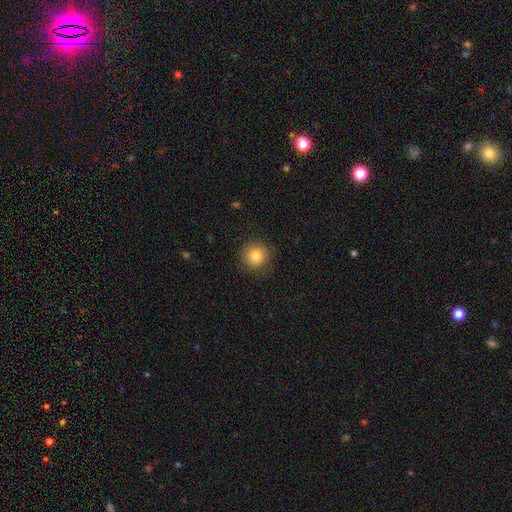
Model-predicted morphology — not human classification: Smooth or featured: smooth — 82% (star or artifact — 11%)
How rounded: round — 93% (in between — 6%)
Merging: none — 88% (minor disturbance — 8%)